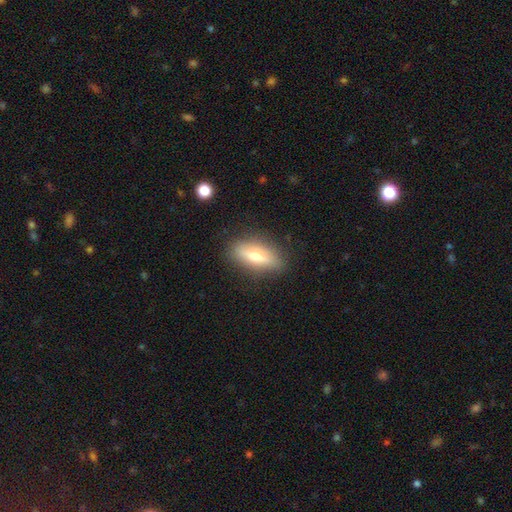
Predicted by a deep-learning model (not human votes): smooth-or-featured: smooth: 53% | featured or disk: 39% | star or artifact: 7%
  how-rounded: in between: 62% | cigar-shaped: 35% | round: 3%
  merging: none: 86% | minor disturbance: 10% | major disturbance: 3% | merger: 1%